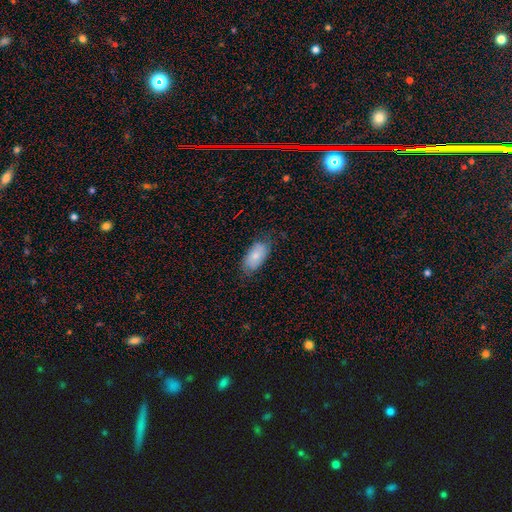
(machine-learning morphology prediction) smooth 75%, featured or disk 18%, star or artifact 7%. Down the decision tree: how rounded — in between (93%); merging — none (70%).